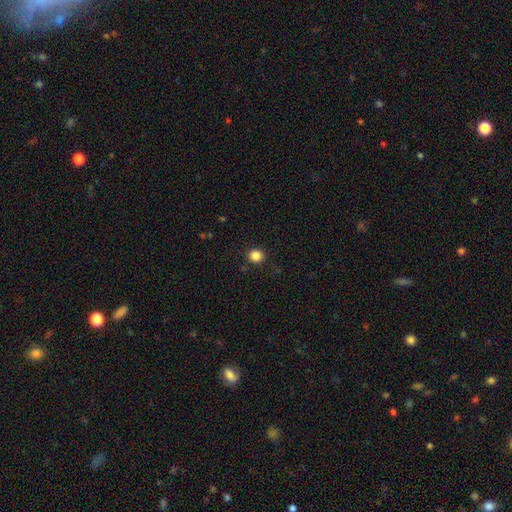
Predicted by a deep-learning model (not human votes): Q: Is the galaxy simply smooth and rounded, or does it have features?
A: smooth — 85%.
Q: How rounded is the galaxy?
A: round — 89%.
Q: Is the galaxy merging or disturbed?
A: none — 90%.